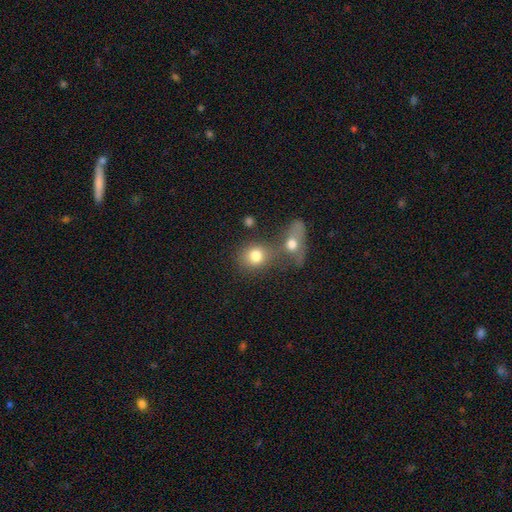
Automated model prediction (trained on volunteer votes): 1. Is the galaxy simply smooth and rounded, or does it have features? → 77% smooth, 12% featured or disk, 11% star or artifact.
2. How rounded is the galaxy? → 68% round, 30% in between, 1% cigar-shaped.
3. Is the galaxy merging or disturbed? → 47% merger, 38% none, 9% minor disturbance, 6% major disturbance.